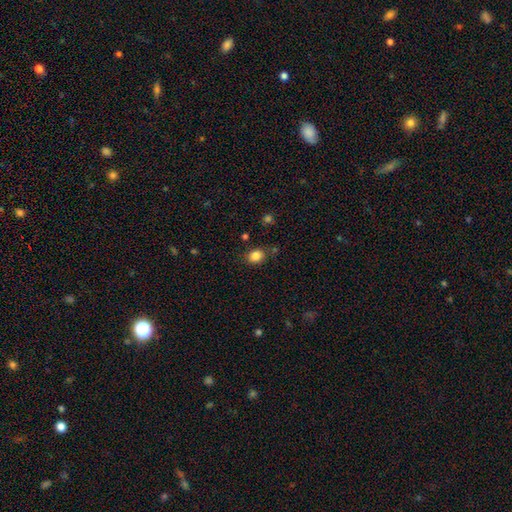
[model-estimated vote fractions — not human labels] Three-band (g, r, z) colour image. It shows a smooth galaxy with no disk features (85%) that is round (51%). Merging: none (79%).